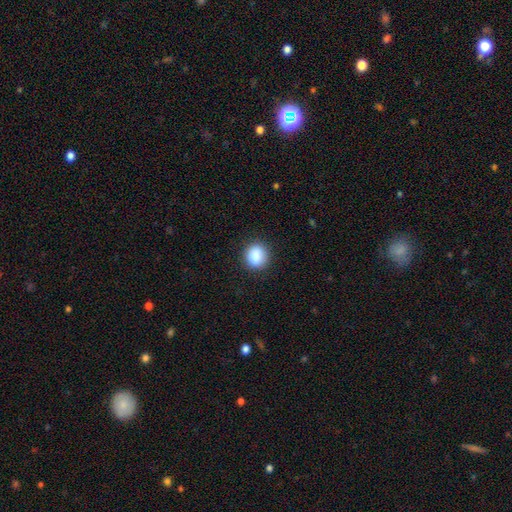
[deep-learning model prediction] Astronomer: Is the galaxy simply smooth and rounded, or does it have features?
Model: smooth — 86%.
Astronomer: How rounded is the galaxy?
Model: round — 74%.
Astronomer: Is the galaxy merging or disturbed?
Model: none — 87%.